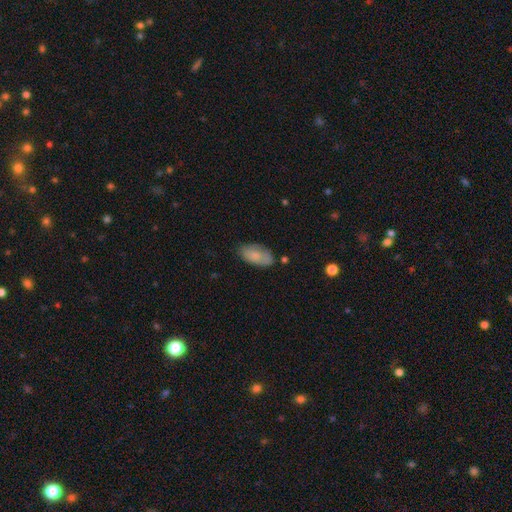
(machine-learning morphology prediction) Smooth or featured? smooth (77%)
How rounded? in between (93%)
Merging? none (70%)